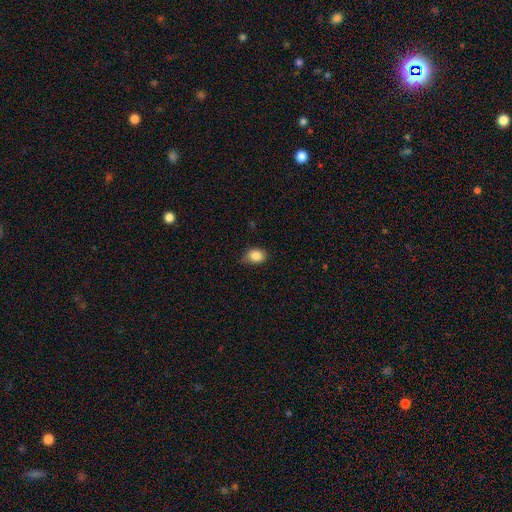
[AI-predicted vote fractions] Overall: smooth (87%). How rounded: in between (65%; round 34%). Merging: none (68%).